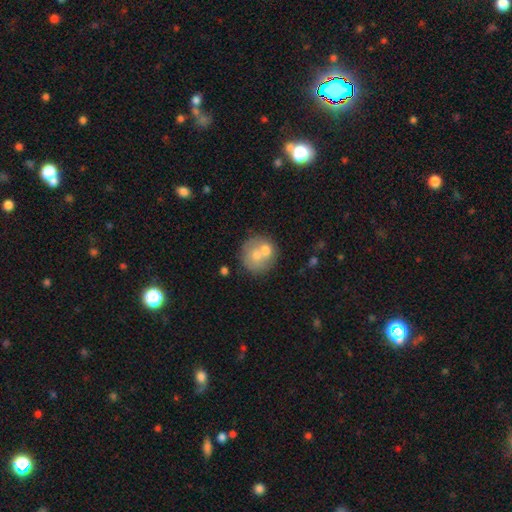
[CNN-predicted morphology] Smooth or featured: smooth — 61% (featured or disk — 32%)
How rounded: round — 83% (in between — 16%)
Merging: merger — 47% (none — 38%)